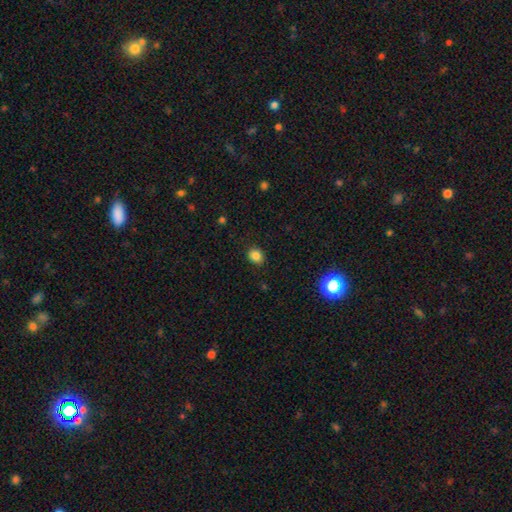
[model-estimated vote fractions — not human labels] Smooth or featured? smooth (84%)
How rounded? round (61%)
Merging? none (88%)